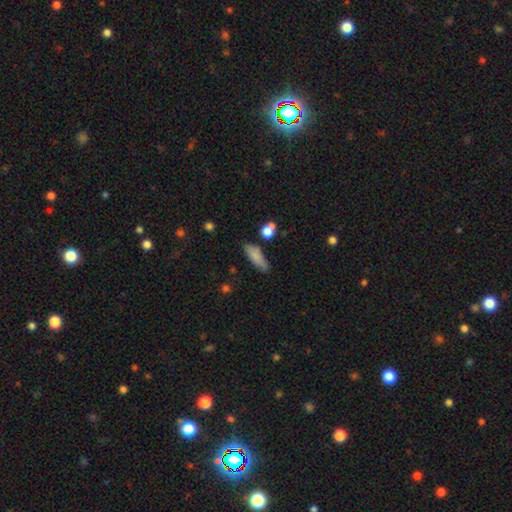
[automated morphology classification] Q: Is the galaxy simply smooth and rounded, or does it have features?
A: smooth — 80%.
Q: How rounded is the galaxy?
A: in between — 56%.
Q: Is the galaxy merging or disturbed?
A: none — 72%.